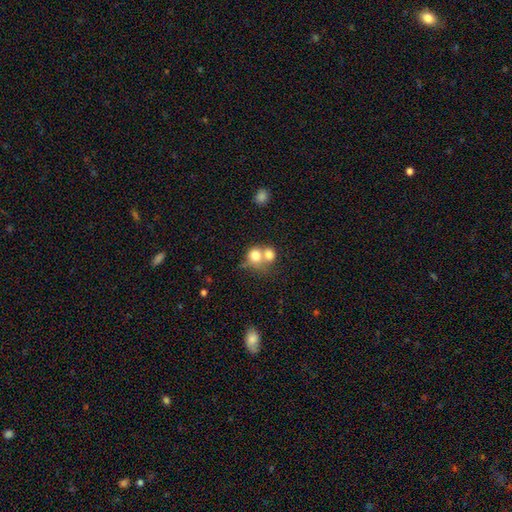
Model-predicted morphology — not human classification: smooth_or_featured: smooth (p=0.75) [alt: featured or disk p=0.15]
how_rounded: round (p=0.72) [alt: in between p=0.27]
merging: merger (p=0.61) [alt: none p=0.27]